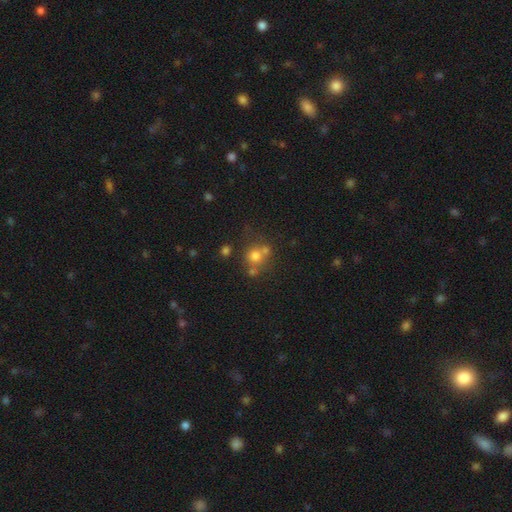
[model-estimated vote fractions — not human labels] Overall: smooth (69%). How rounded: round (86%). Merging: none (54%; merger 29%).